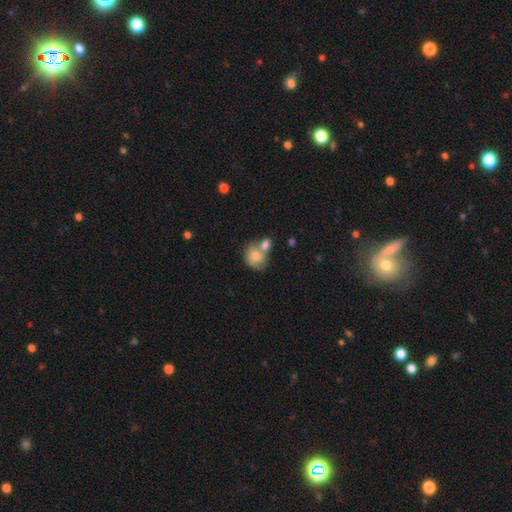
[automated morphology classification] smooth 72%, featured or disk 21%, star or artifact 7%. Down the decision tree: how rounded — round (55%); merging — merger (52%).